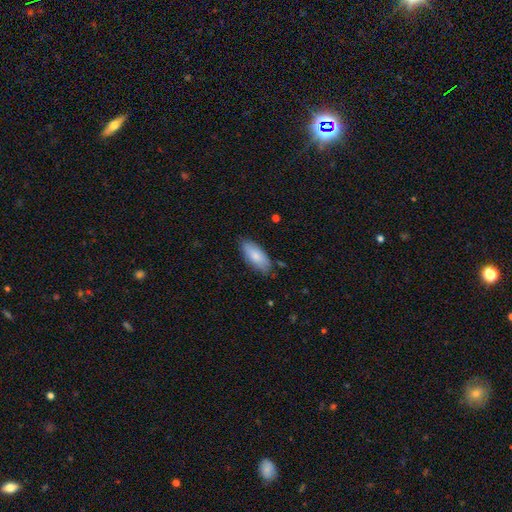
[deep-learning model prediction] This appears to be a smooth galaxy with no disk features (81%) that is in between round and cigar-shaped (83%). Merging: none (79%).